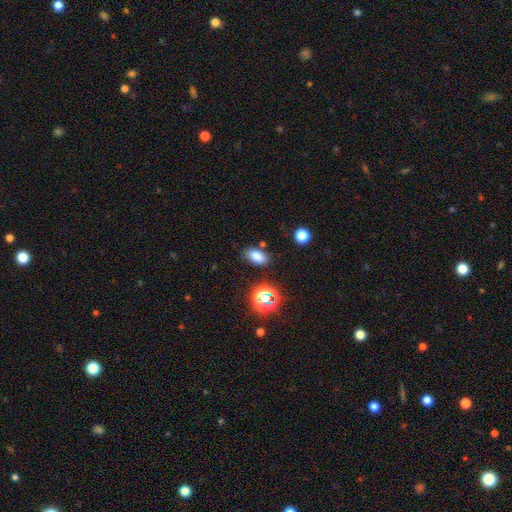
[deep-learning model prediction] Smooth or featured: smooth — 78% (star or artifact — 16%)
How rounded: in between — 88% (round — 9%)
Merging: none — 82% (minor disturbance — 11%)